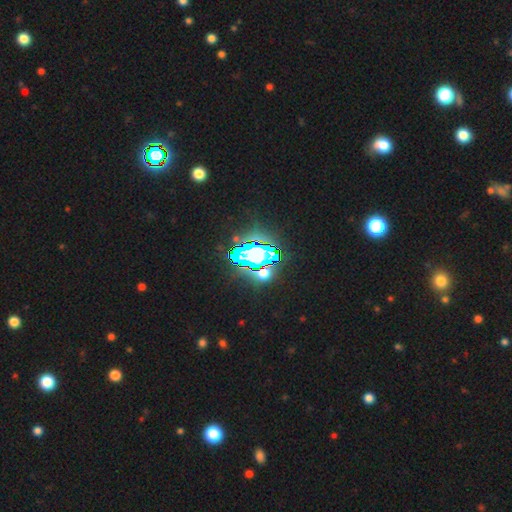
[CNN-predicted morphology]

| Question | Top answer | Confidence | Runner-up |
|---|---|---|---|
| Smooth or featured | star or artifact | 72% | smooth (17%) |